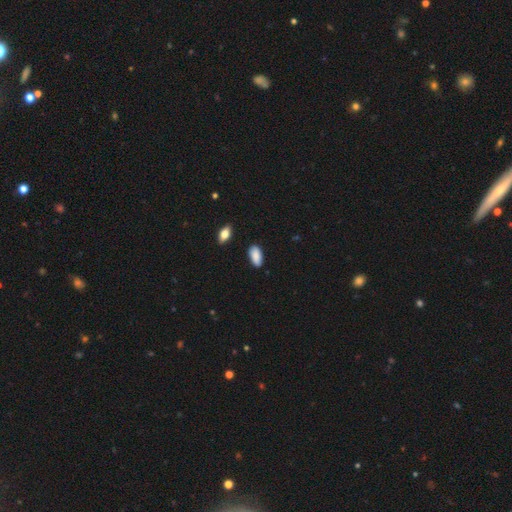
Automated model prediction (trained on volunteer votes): The model was most divided on "merging": none: 85%, minor disturbance: 12%, major disturbance: 2%, merger: 2%. More confident: how rounded — in between (91%); smooth or featured — smooth (88%).